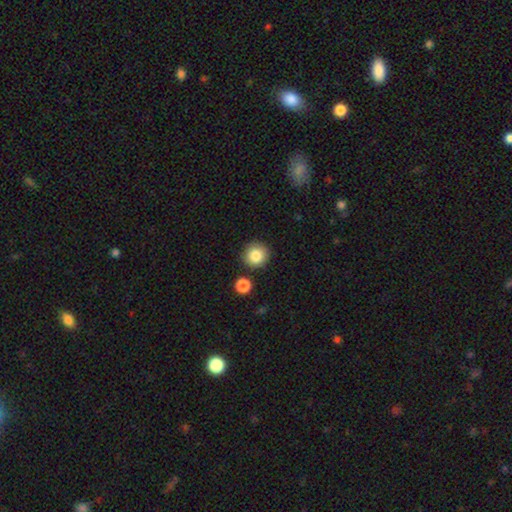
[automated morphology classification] smooth 85%, star or artifact 9%, featured or disk 6%. Down the decision tree: how rounded — round (93%); merging — none (85%).